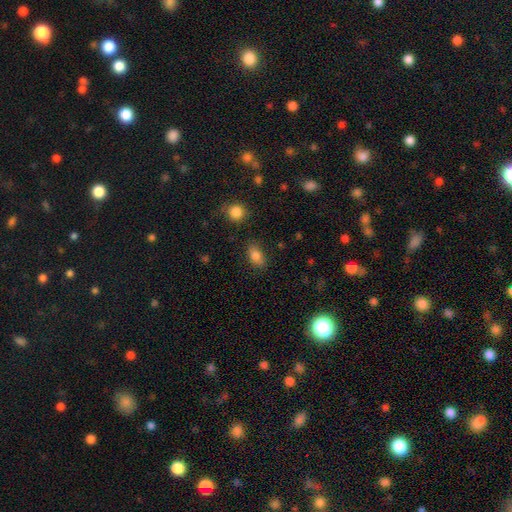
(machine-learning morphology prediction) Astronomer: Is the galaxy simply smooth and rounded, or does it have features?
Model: smooth — 84%.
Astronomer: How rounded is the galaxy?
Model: in between — 87%.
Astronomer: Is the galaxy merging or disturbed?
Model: none — 78%.